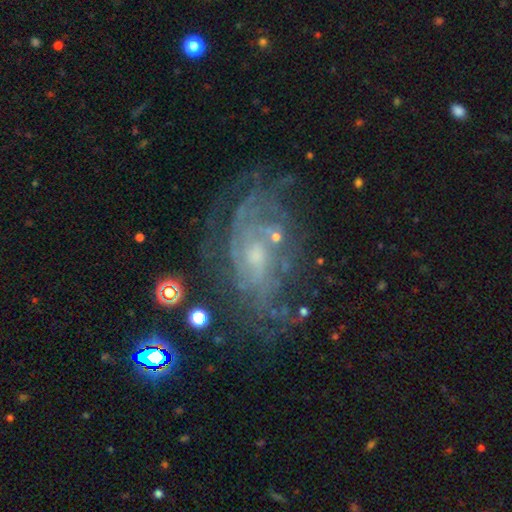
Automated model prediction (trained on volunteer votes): Smooth or featured? featured or disk (81%)
Edge-on disk? no (95%)
Bar? no (68%)
Spiral arms? yes (86%)
Spiral winding? tight (56%)
Spiral arm count? can't tell (52%)
Bulge size? small (56%)
Merging? none (64%)